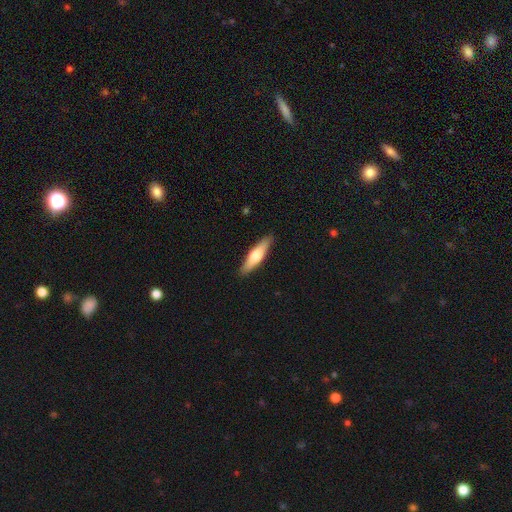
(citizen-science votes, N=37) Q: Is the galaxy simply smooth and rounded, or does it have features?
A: smooth — 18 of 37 (49%, tied with featured or disk).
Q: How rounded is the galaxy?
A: in between — 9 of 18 (50%, tied with cigar-shaped).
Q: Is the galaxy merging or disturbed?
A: none — 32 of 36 (89%).